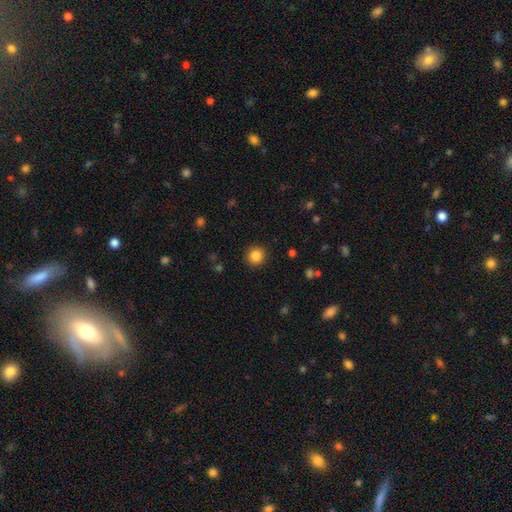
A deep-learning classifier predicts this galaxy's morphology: Smooth or featured: smooth — 85% (star or artifact — 11%)
How rounded: round — 93% (in between — 6%)
Merging: none — 91% (minor disturbance — 6%)